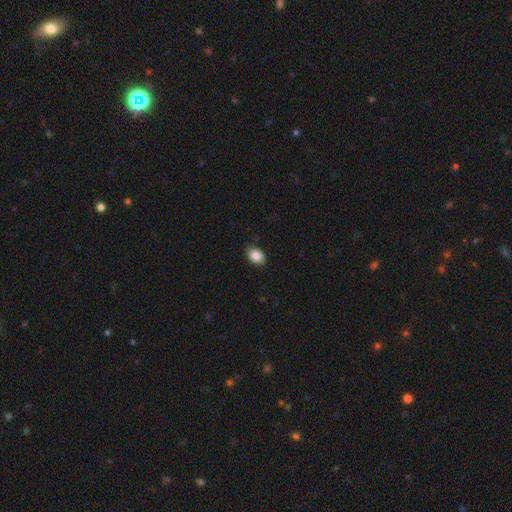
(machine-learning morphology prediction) smooth 88%, star or artifact 8%, featured or disk 4%. Down the decision tree: how rounded — in between (70%); merging — none (86%).